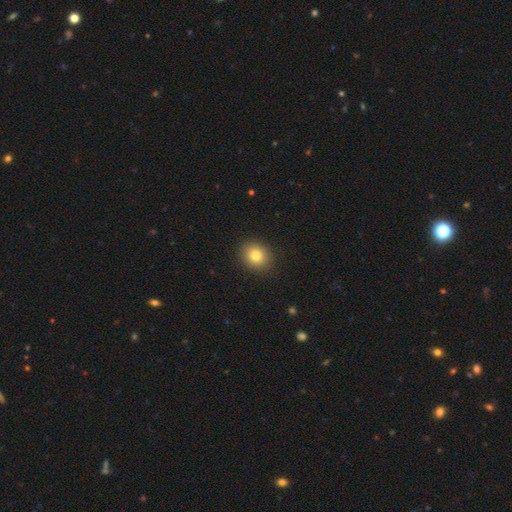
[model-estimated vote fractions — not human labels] Smooth or featured? Predicted: smooth (p=0.81). How rounded? Predicted: round (p=0.69). Merging? Predicted: none (p=0.90).